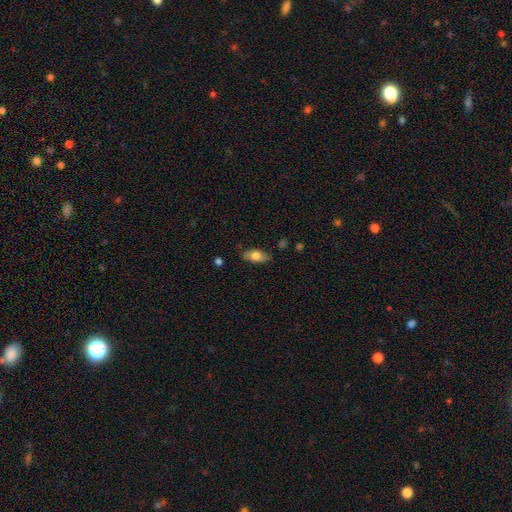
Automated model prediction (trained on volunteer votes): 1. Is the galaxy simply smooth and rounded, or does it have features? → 74% smooth, 19% featured or disk, 7% star or artifact.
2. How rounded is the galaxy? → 86% in between, 10% cigar-shaped, 4% round.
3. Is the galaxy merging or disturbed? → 82% none, 14% minor disturbance, 3% major disturbance, 1% merger.